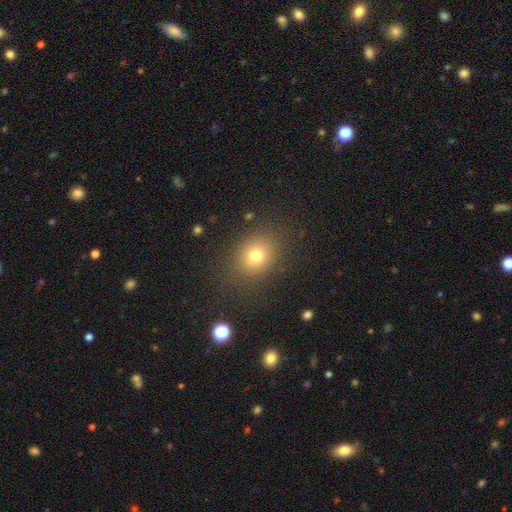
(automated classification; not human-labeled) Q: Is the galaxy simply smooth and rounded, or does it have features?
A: smooth — 74%.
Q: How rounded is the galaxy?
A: round — 55%.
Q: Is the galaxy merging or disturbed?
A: none — 83%.